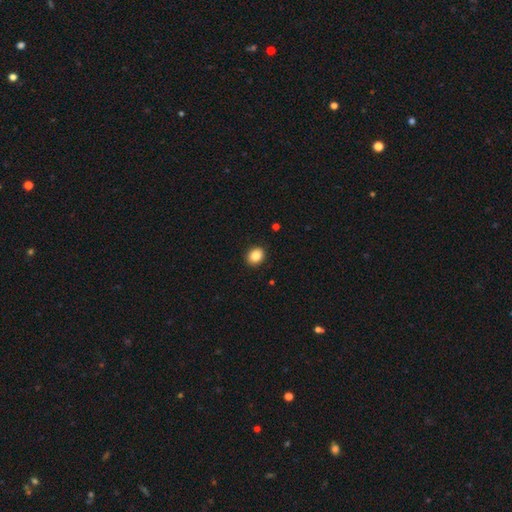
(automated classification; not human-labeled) smooth-or-featured: smooth: 87% | star or artifact: 9% | featured or disk: 4%
  how-rounded: round: 54% | in between: 46% | cigar-shaped: 1%
  merging: none: 91% | minor disturbance: 7% | major disturbance: 2% | merger: 1%